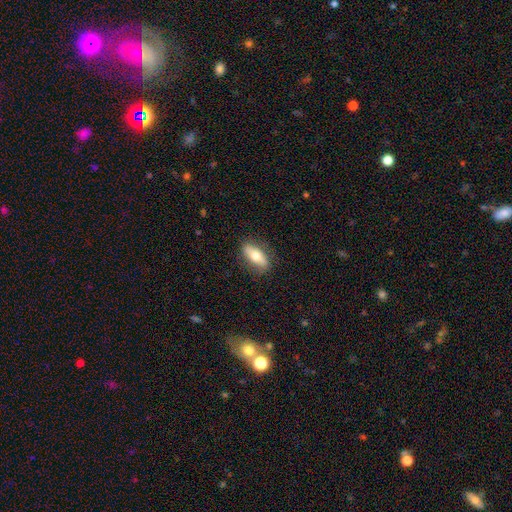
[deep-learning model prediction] A smooth galaxy with no disk features (63%) that is in between round and cigar-shaped (72%). Merging: none (84%).